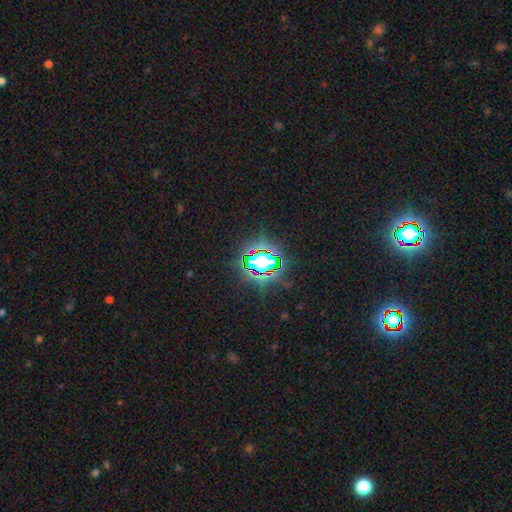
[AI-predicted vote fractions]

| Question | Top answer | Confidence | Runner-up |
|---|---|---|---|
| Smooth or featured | star or artifact | 82% | smooth (11%) |